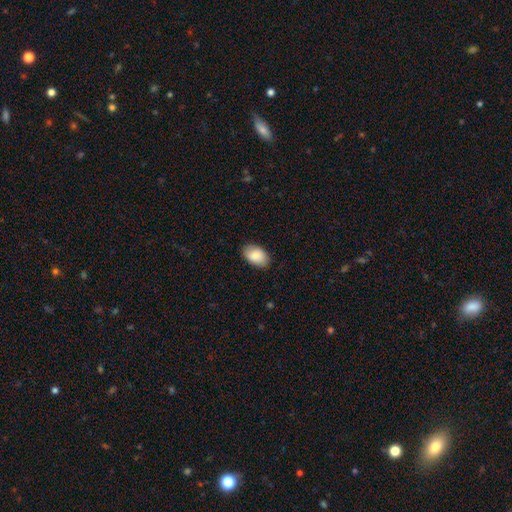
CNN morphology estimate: A smooth galaxy with no disk features (87%) that is in between round and cigar-shaped (92%).

Vote fractions:
- Smooth or featured? smooth: 87% / featured or disk: 7% / star or artifact: 6%
- How rounded? in between: 92% / round: 7% / cigar-shaped: 1%
- Merging? none: 86% / minor disturbance: 11% / major disturbance: 2% / merger: 1%